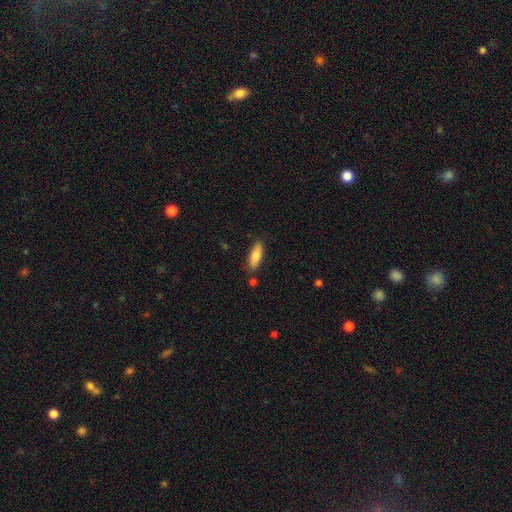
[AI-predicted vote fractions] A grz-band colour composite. It shows a smooth galaxy with no disk features (79%) that is in between round and cigar-shaped (65%). Merging: none (84%).